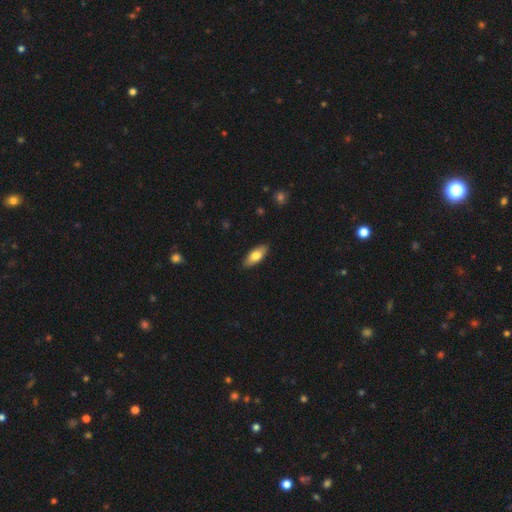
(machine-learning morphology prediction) Overall: smooth (73%). How rounded: in between (80%). Merging: none (88%).